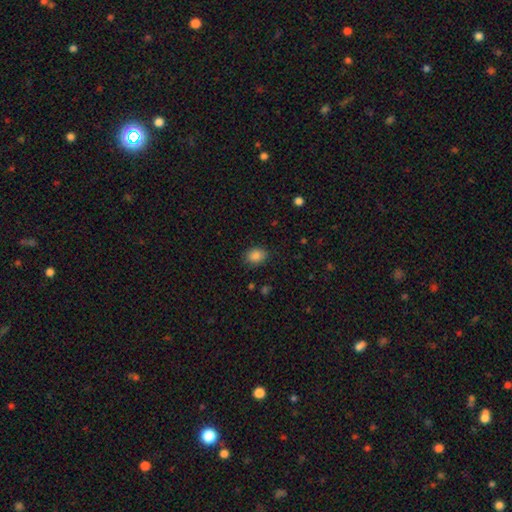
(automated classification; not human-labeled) Q: Smooth or featured?
A: smooth (87%); runner-up: star or artifact (9%)
Q: How rounded?
A: in between (63%); runner-up: round (36%)
Q: Merging?
A: none (85%); runner-up: minor disturbance (11%)